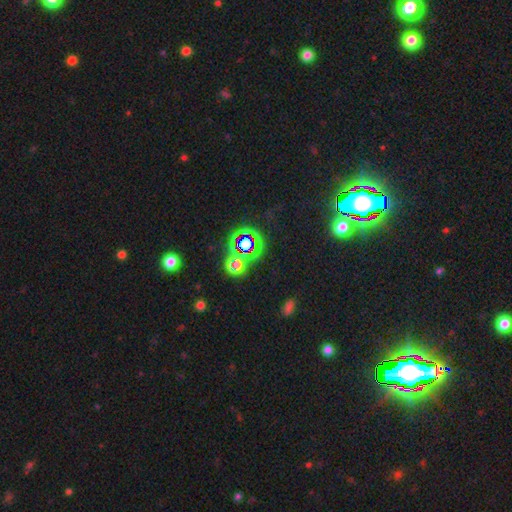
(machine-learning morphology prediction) Smooth or featured? star or artifact (71%)